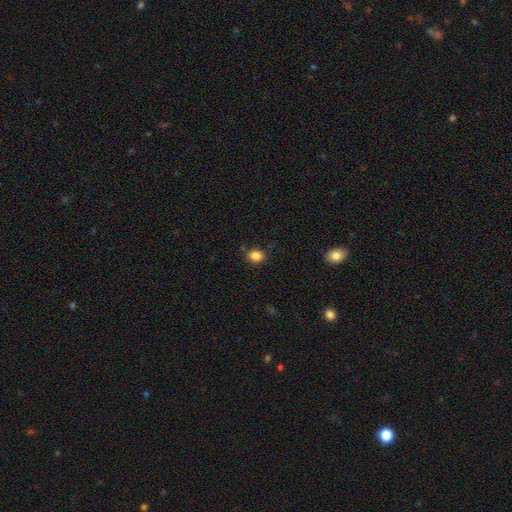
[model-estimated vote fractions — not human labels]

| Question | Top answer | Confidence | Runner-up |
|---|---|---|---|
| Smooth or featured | smooth | 85% | star or artifact (11%) |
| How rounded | round | 60% | in between (39%) |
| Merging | none | 80% | minor disturbance (13%) |